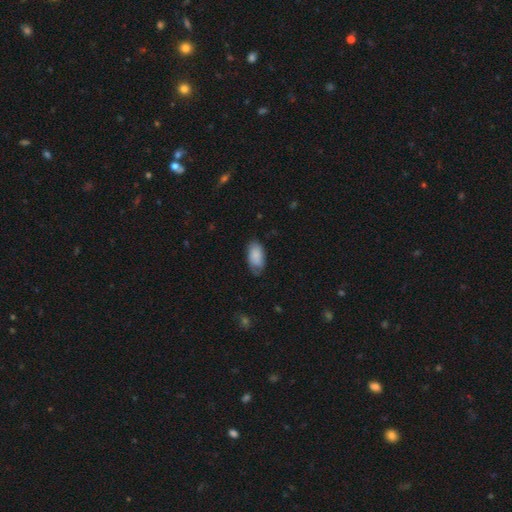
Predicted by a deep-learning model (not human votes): Smooth or featured: smooth — 79% (featured or disk — 14%)
How rounded: in between — 94% (round — 3%)
Merging: none — 66% (minor disturbance — 27%)